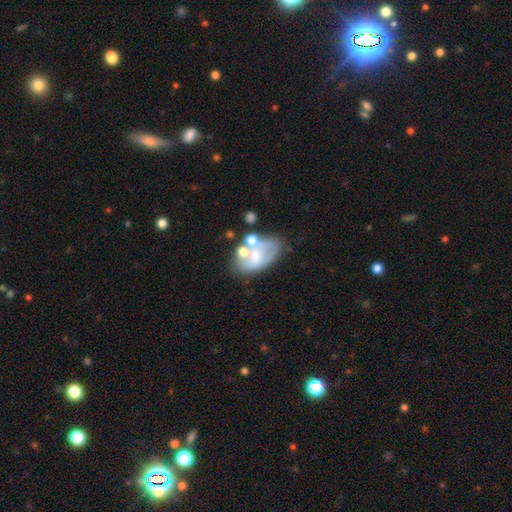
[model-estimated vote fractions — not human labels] Smooth or featured? Predicted: featured or disk (p=0.50). Merging? Predicted: none (p=0.38).